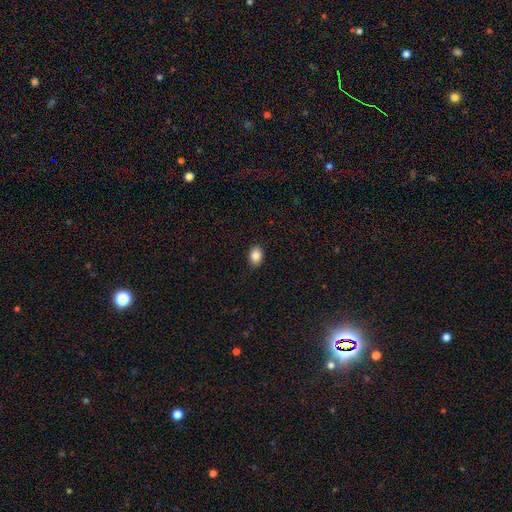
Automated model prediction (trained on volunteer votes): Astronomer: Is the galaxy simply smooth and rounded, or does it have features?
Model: smooth — 86%.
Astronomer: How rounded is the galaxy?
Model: in between — 69%.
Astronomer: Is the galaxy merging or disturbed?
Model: none — 89%.